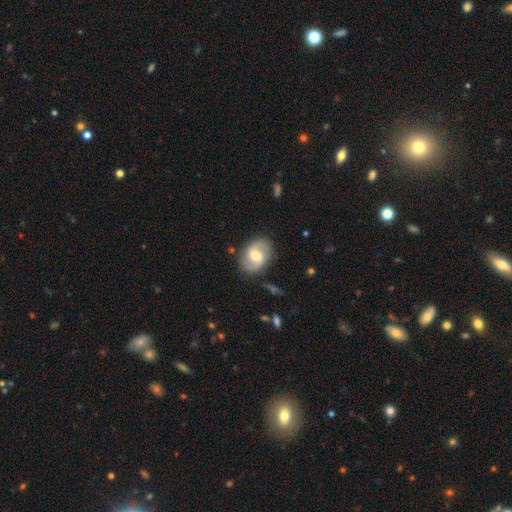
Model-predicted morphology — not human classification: A featured or disk galaxy (78%) with a weak bar (55%), 2 (91%) medium (51%) spiral arms (93%) and a moderate central bulge (66%). Merging: none (83%).